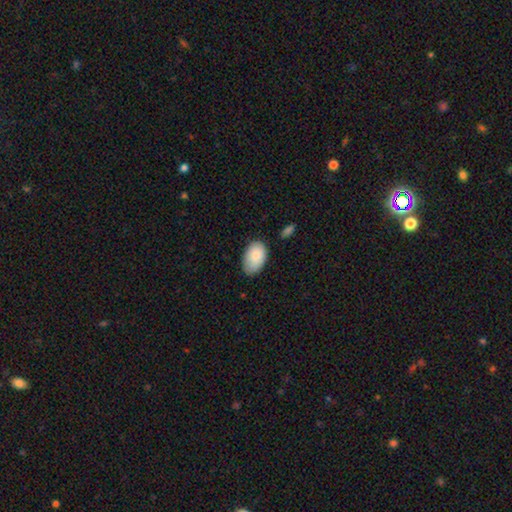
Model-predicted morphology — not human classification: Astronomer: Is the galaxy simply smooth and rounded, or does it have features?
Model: smooth — 85%.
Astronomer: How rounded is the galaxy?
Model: in between — 91%.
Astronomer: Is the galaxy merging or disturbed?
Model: none — 73%.